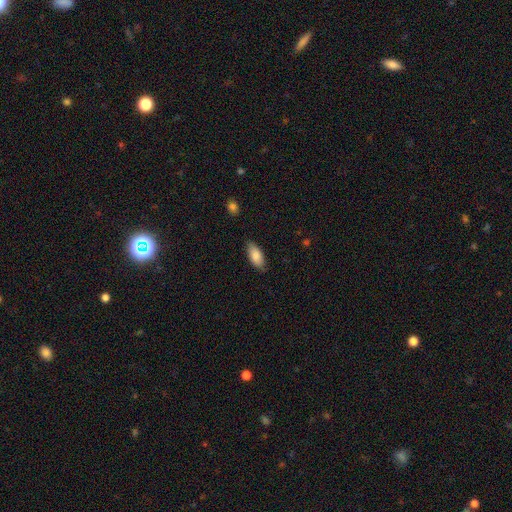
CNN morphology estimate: The model was most divided on "merging": none: 81%, minor disturbance: 15%, major disturbance: 3%, merger: 1%. More confident: how rounded — in between (88%); smooth or featured — smooth (85%).